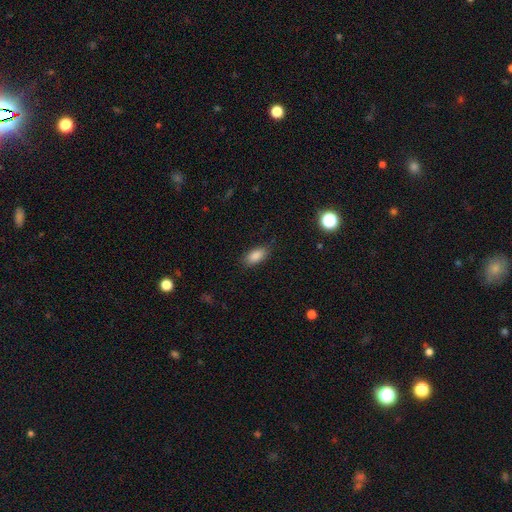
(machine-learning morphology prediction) A smooth galaxy with no disk features (88%) that is in between round and cigar-shaped (90%). Merging: none (81%).